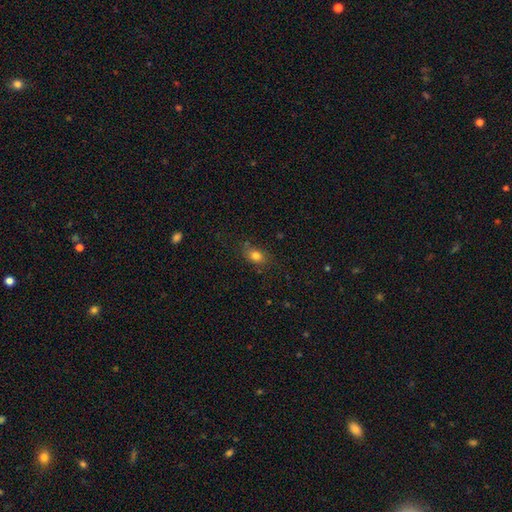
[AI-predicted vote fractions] smooth_or_featured: smooth (p=0.80) [alt: star or artifact p=0.11]
how_rounded: in between (p=0.72) [alt: round p=0.26]
merging: none (p=0.74) [alt: minor disturbance p=0.18]